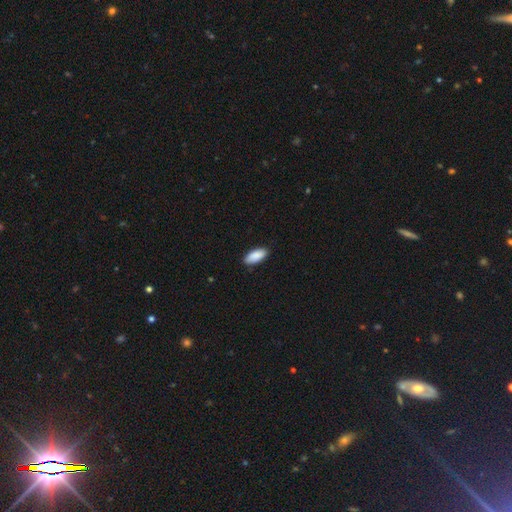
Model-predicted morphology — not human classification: smooth-or-featured: smooth: 90% | star or artifact: 6% | featured or disk: 5%
  how-rounded: in between: 86% | cigar-shaped: 13% | round: 2%
  merging: none: 87% | minor disturbance: 10% | major disturbance: 2% | merger: 1%